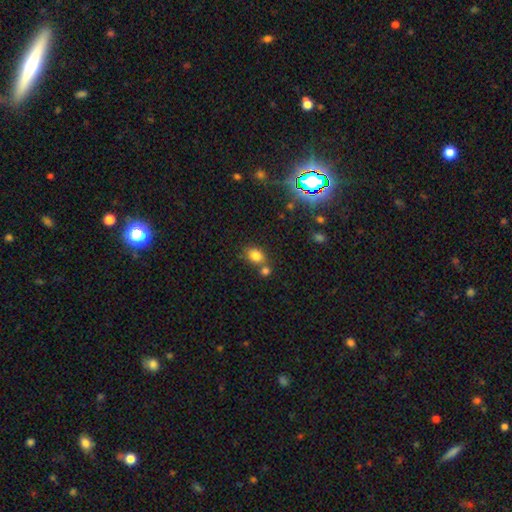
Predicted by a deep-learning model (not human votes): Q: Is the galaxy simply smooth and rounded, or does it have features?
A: smooth — 80%.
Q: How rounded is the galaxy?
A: in between — 59%.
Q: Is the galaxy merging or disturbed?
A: none — 58%.